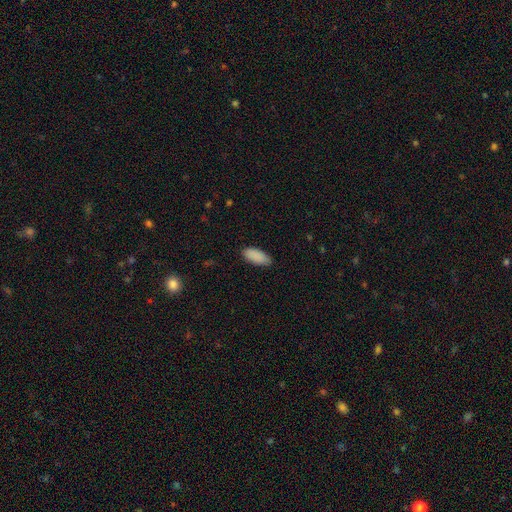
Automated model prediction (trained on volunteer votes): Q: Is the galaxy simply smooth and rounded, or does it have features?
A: smooth — 90%.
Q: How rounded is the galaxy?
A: in between — 87%.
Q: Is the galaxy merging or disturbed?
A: none — 83%.